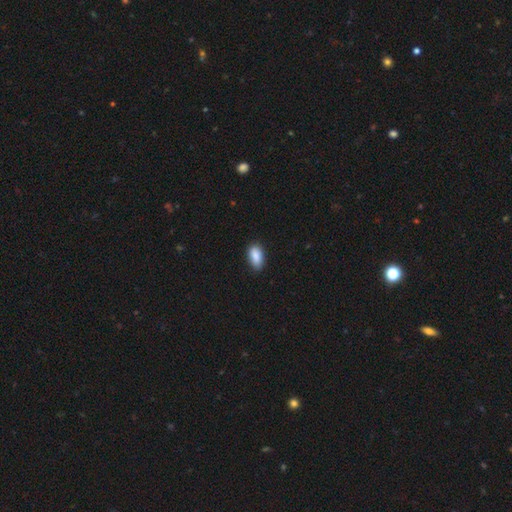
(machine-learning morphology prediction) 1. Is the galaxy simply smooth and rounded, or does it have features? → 88% smooth, 7% star or artifact, 5% featured or disk.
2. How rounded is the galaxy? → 92% in between, 5% cigar-shaped, 4% round.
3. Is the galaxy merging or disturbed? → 80% none, 16% minor disturbance, 2% major disturbance, 1% merger.